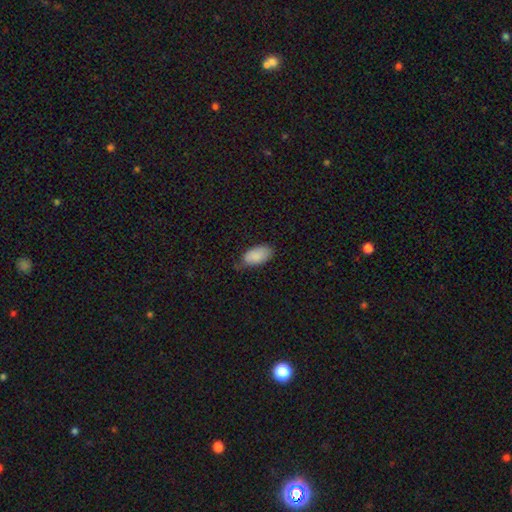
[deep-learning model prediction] smooth 87%, star or artifact 7%, featured or disk 7%. Down the decision tree: how rounded — in between (94%); merging — none (57%).